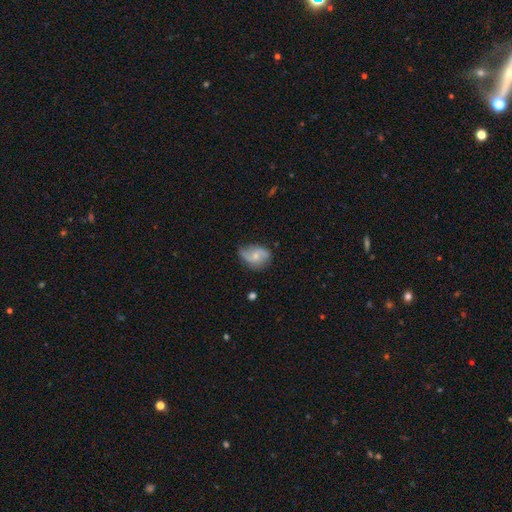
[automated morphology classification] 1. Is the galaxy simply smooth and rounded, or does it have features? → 59% featured or disk, 34% smooth, 7% star or artifact.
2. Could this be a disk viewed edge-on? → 97% no, 3% yes.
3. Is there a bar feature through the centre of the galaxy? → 60% no, 33% weak, 7% strong.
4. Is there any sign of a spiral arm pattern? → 87% yes, 13% no.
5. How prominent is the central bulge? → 49% small, 43% moderate, 5% none, 2% large, 1% dominant.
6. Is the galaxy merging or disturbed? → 55% none, 32% minor disturbance, 11% major disturbance, 2% merger.